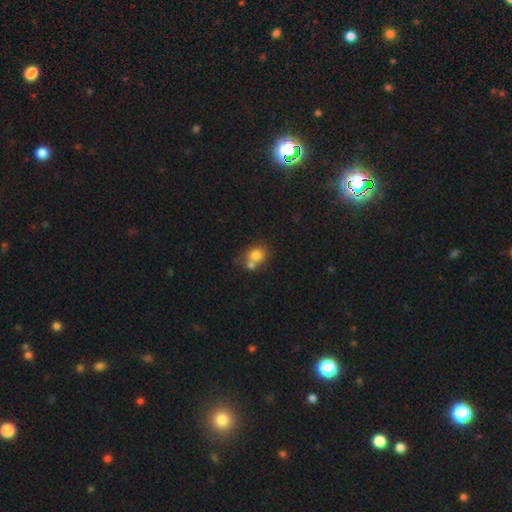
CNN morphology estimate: Smooth or featured: smooth — 78% (featured or disk — 11%)
How rounded: round — 62% (in between — 37%)
Merging: merger — 44% (none — 41%)